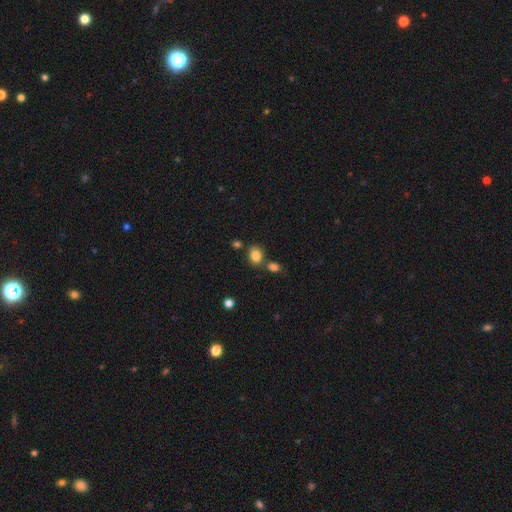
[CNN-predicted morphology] Smooth or featured? Predicted: smooth (p=0.84). How rounded? Predicted: in between (p=0.55). Merging? Predicted: none (p=0.67).